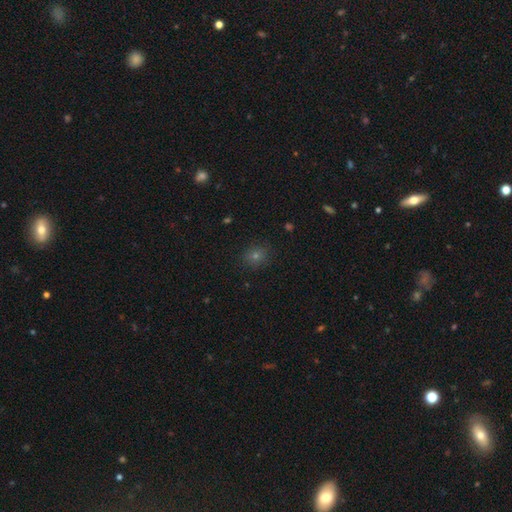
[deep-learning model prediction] Overall: smooth (66%; star or artifact 26%). How rounded: round (74%). Merging: none (88%).